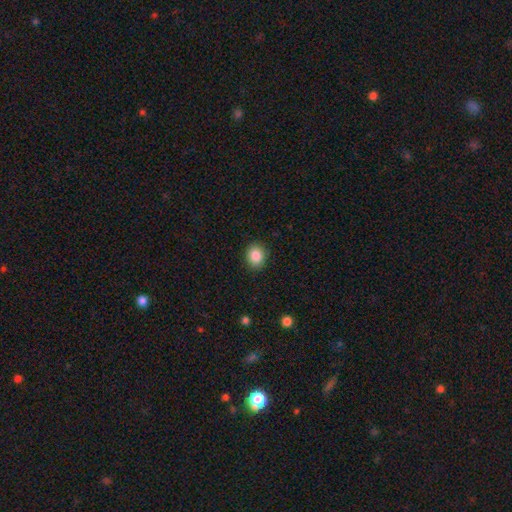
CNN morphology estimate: Smooth or featured? smooth (87%)
How rounded? round (61%)
Merging? none (89%)